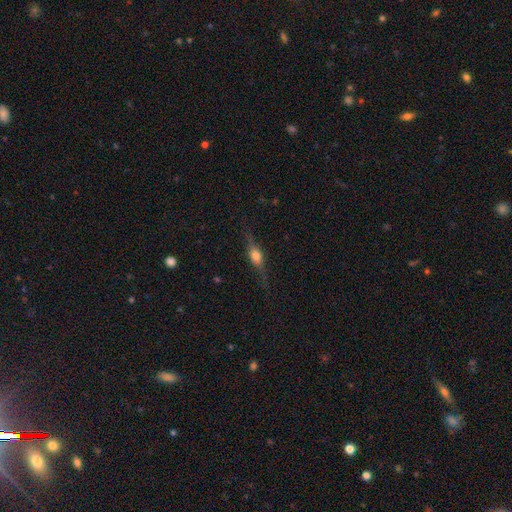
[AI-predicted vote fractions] Smooth or featured: featured or disk — 52% (smooth — 39%)
Edge-on disk: yes — 92% (no — 8%)
Merging: none — 75% (minor disturbance — 16%)